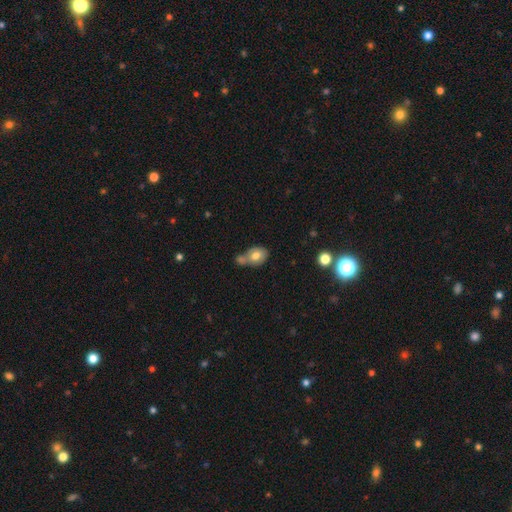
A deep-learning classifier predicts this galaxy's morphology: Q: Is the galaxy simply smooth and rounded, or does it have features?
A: smooth — 72%.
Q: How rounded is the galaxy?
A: in between — 75%.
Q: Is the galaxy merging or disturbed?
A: merger — 47%.